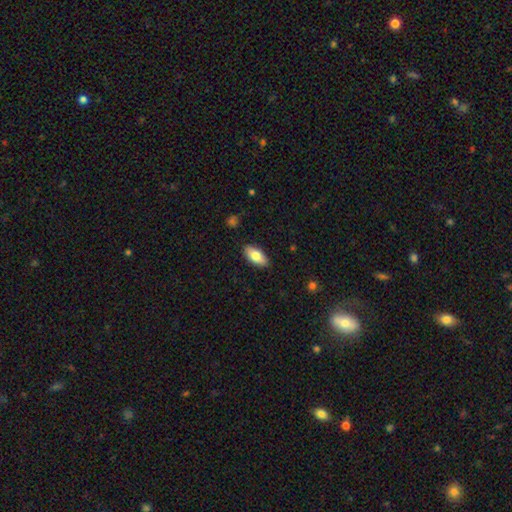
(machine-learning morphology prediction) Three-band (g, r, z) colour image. It shows a smooth galaxy with no disk features (78%) that is in between round and cigar-shaped (91%). Merging: none (88%).